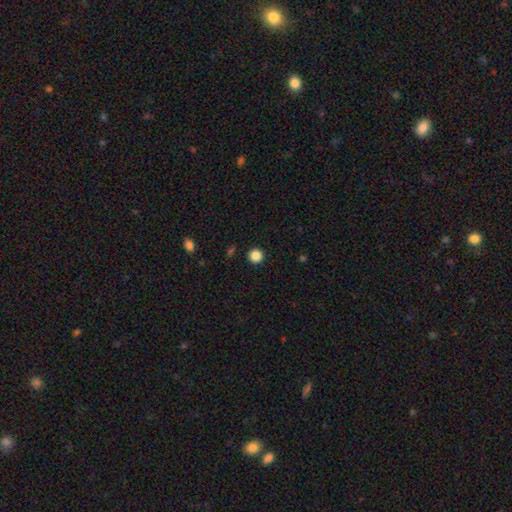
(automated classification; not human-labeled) Q: Smooth or featured?
A: smooth (87%); runner-up: star or artifact (11%)
Q: How rounded?
A: round (95%); runner-up: in between (4%)
Q: Merging?
A: none (93%); runner-up: minor disturbance (4%)